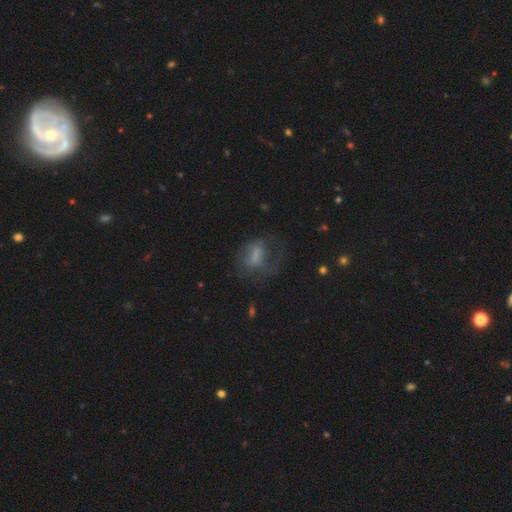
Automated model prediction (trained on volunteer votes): This appears to be a smooth galaxy with no disk features (46%). Merging: none (40%).